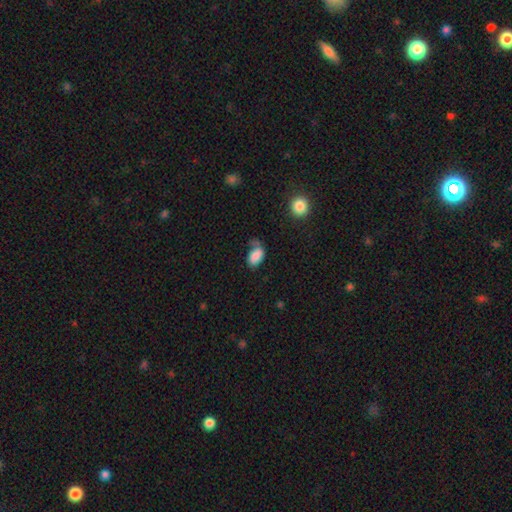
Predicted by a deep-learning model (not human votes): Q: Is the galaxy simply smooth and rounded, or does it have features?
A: smooth — 83%.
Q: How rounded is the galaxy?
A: in between — 91%.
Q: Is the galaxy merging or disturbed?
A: none — 45%.